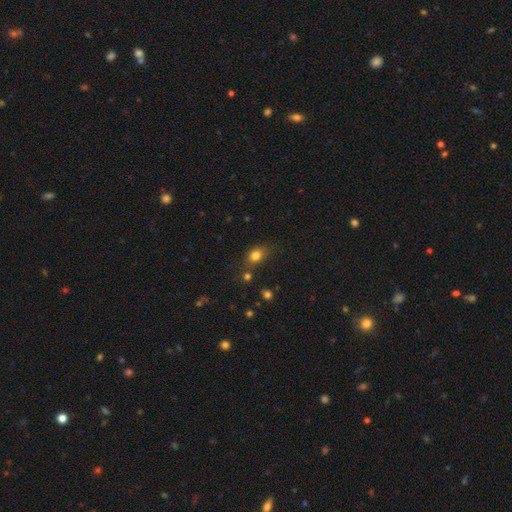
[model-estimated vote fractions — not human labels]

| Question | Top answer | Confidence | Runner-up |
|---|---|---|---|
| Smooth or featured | smooth | 80% | star or artifact (12%) |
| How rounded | in between | 59% | round (39%) |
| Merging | none | 66% | minor disturbance (19%) |